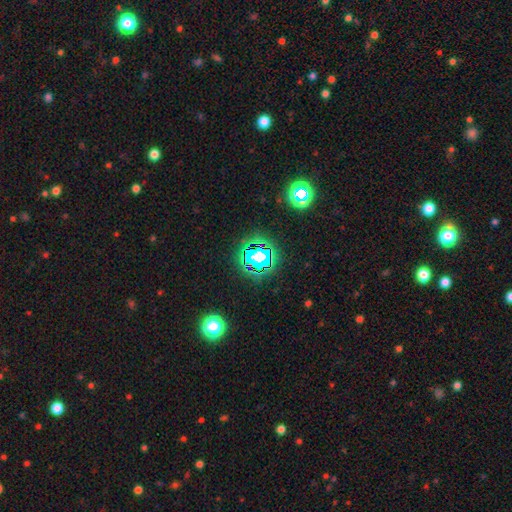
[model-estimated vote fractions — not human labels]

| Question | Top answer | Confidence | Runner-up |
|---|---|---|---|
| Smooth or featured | star or artifact | 80% | smooth (12%) |